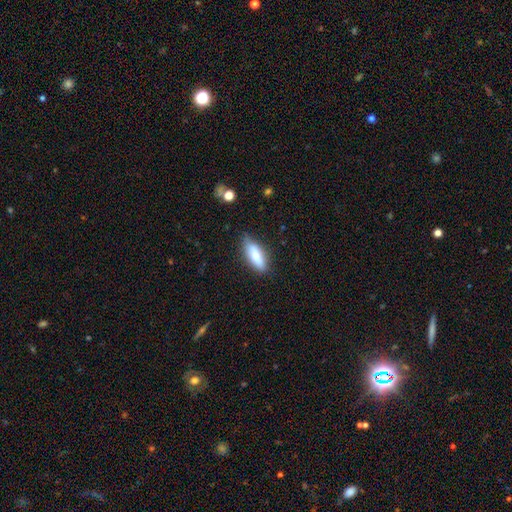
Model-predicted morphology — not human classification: type=smooth (70%); roundness=in between (64%); merging=none (78%).